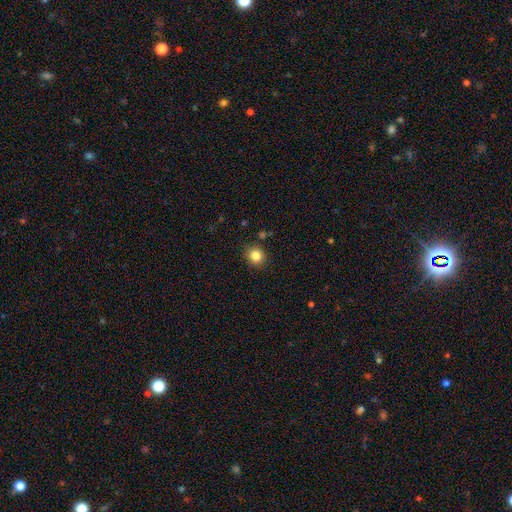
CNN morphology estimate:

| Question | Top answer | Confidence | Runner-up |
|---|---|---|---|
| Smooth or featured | smooth | 83% | star or artifact (11%) |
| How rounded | round | 82% | in between (17%) |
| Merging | none | 87% | minor disturbance (8%) |